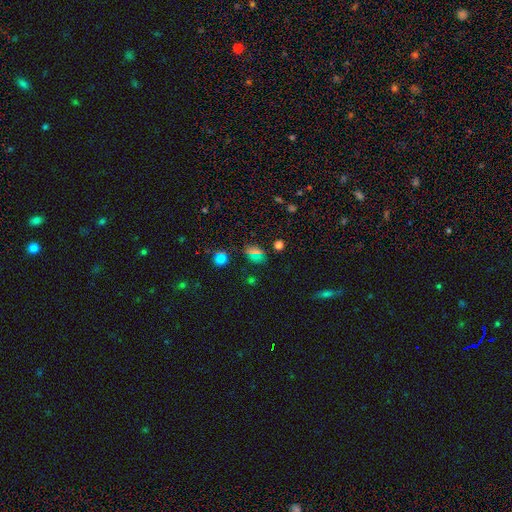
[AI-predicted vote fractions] Overall: smooth (56%; star or artifact 35%). How rounded: in between (63%; round 33%). Merging: none (79%).